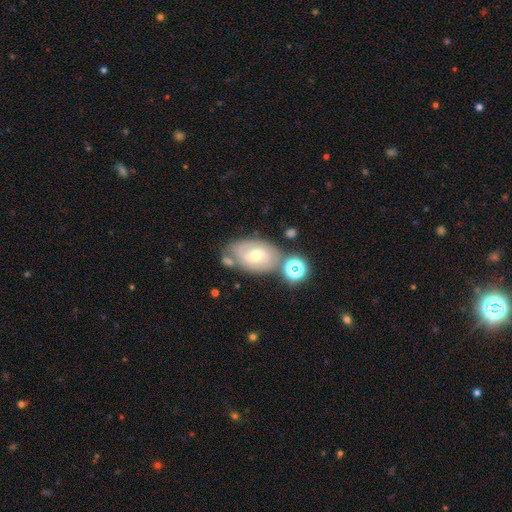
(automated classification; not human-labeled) featured or disk 69%, smooth 22%, star or artifact 9%. Down the decision tree: edge-on disk — no (95%); bar — weak (51%); spiral arms — yes (86%); spiral arm count — 2 (65%); spiral winding — tight (47%); bulge size — moderate (55%); merging — none (58%).